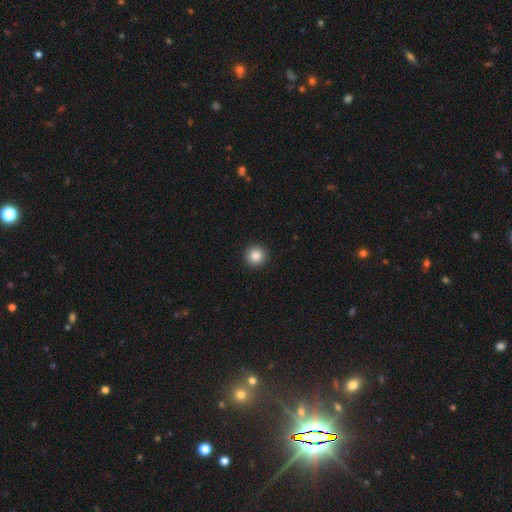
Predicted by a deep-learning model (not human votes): smooth-or-featured: smooth: 87% | star or artifact: 10% | featured or disk: 4%
  how-rounded: round: 95% | in between: 4% | cigar-shaped: 1%
  merging: none: 93% | minor disturbance: 4% | major disturbance: 2% | merger: 1%